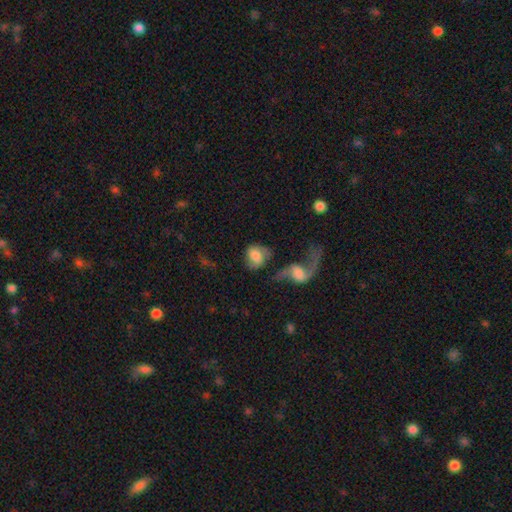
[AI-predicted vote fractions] A smooth galaxy with no disk features (58%) that is round (50%). Merging: none (33%).